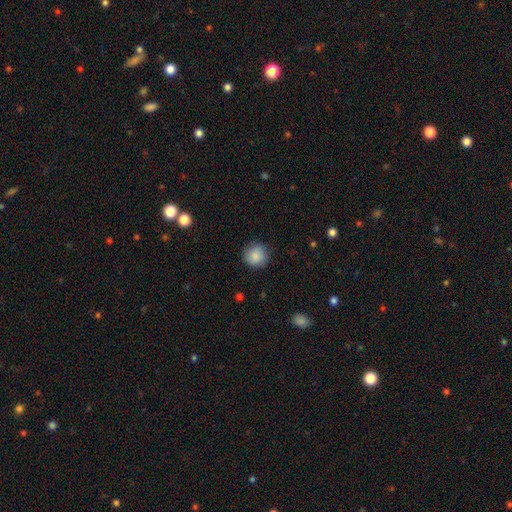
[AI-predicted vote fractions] Smooth or featured: smooth — 86% (star or artifact — 8%)
How rounded: round — 92% (in between — 7%)
Merging: none — 85% (minor disturbance — 11%)